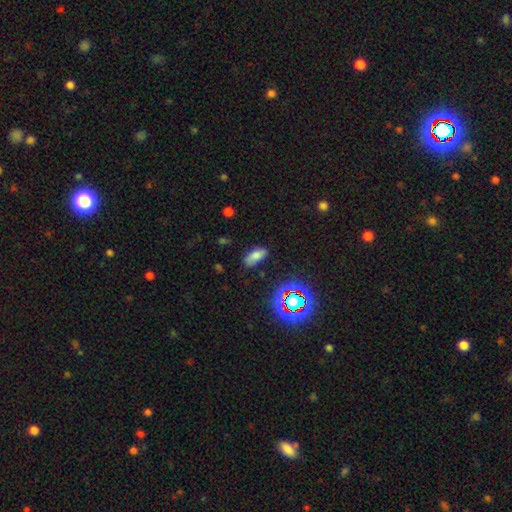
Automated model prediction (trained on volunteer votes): Morphology: type=smooth (73%); roundness=in between (87%); merging=none (74%).